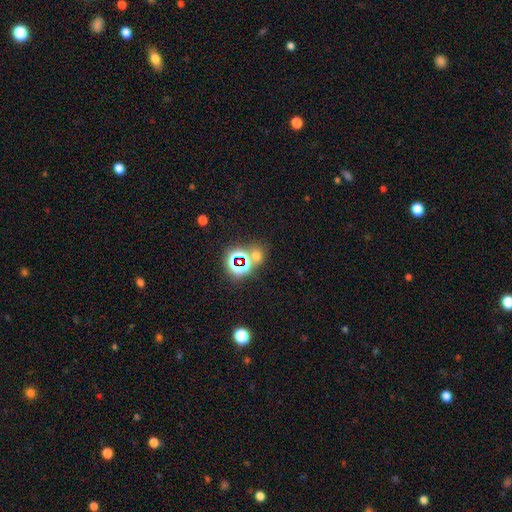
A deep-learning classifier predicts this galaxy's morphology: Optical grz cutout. It shows a star or artifact, not a galaxy (51%).